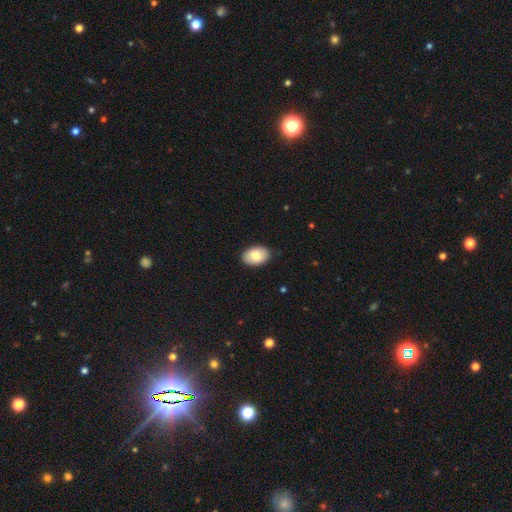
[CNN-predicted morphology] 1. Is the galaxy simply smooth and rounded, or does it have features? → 79% smooth, 15% featured or disk, 6% star or artifact.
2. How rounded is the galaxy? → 88% in between, 11% round, 1% cigar-shaped.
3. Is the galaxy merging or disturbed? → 89% none, 8% minor disturbance, 2% major disturbance, 1% merger.